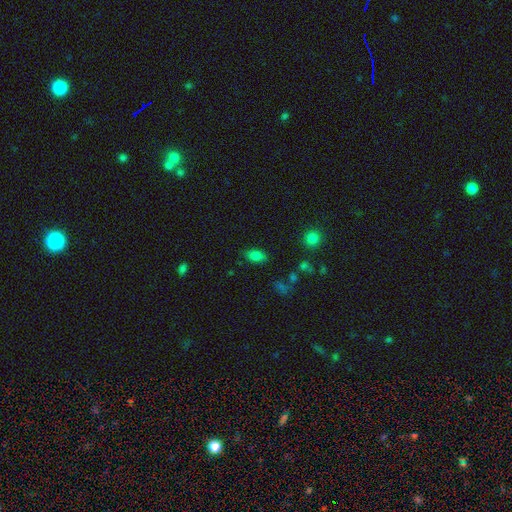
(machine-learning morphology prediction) smooth-or-featured: smooth: 81% | star or artifact: 12% | featured or disk: 8%
  how-rounded: in between: 89% | round: 8% | cigar-shaped: 3%
  merging: none: 83% | minor disturbance: 12% | major disturbance: 3% | merger: 2%